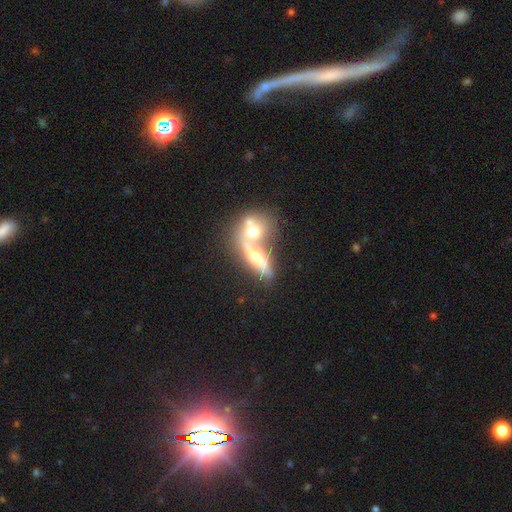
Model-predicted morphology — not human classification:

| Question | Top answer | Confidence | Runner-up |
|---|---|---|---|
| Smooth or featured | featured or disk | 49% | smooth (43%) |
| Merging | merger | 59% | none (27%) |